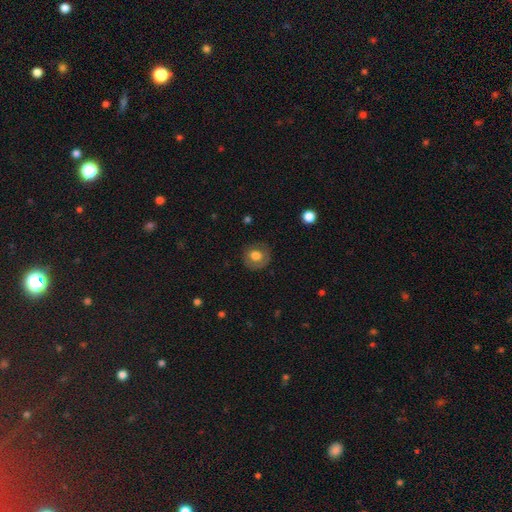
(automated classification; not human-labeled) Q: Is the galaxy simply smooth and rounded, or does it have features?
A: smooth — 67%.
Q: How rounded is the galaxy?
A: round — 81%.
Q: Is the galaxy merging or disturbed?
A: none — 78%.